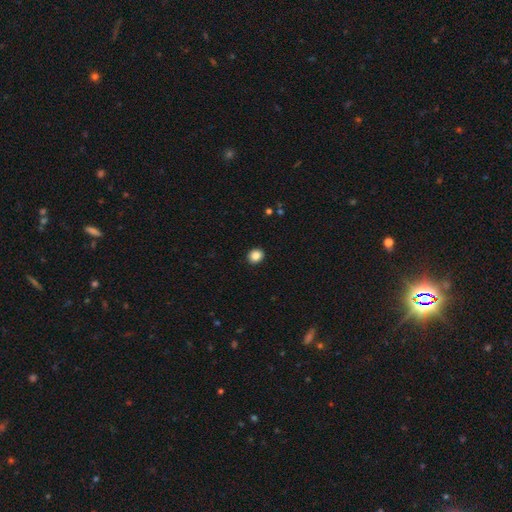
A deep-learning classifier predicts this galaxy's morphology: Overall: smooth (86%). How rounded: round (71%). Merging: none (92%).